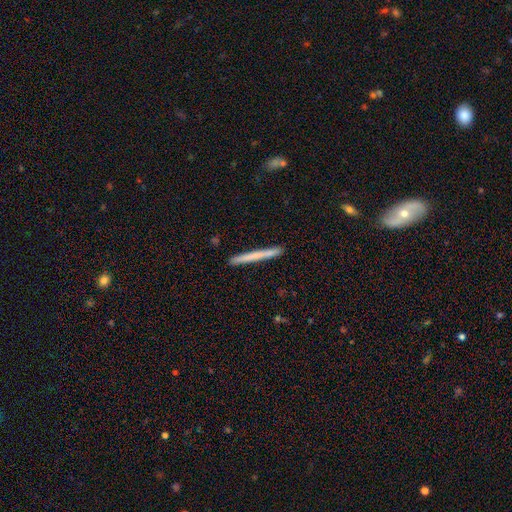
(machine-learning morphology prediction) The model was most divided on "smooth or featured": smooth: 66%, featured or disk: 29%, star or artifact: 5%. More confident: how rounded — cigar-shaped (97%); merging — none (91%).